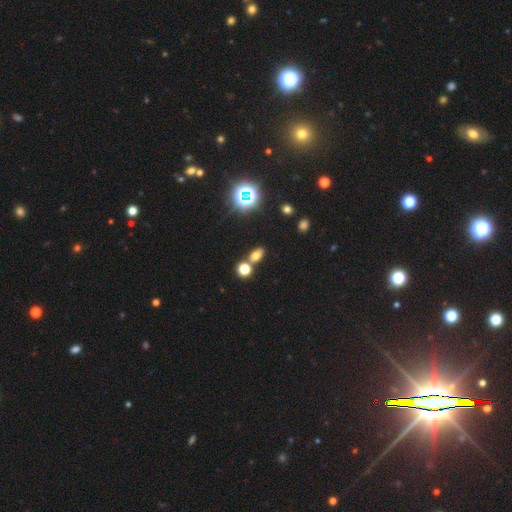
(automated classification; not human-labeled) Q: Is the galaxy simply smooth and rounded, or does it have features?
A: smooth — 65%.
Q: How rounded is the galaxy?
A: in between — 77%.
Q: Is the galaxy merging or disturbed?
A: none — 67%.